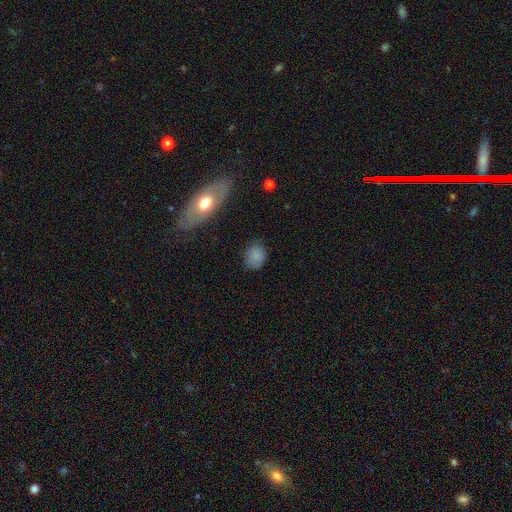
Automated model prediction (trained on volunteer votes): smooth-or-featured: smooth: 82% | star or artifact: 11% | featured or disk: 7%
  how-rounded: round: 60% | in between: 38% | cigar-shaped: 1%
  merging: none: 77% | minor disturbance: 17% | major disturbance: 4% | merger: 2%